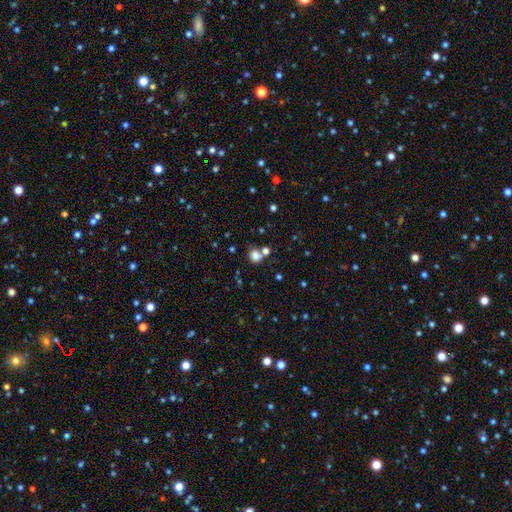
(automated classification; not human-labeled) smooth-or-featured: smooth: 77% | star or artifact: 15% | featured or disk: 7%
  how-rounded: round: 73% | in between: 26% | cigar-shaped: 1%
  merging: none: 57% | merger: 27% | minor disturbance: 11% | major disturbance: 5%